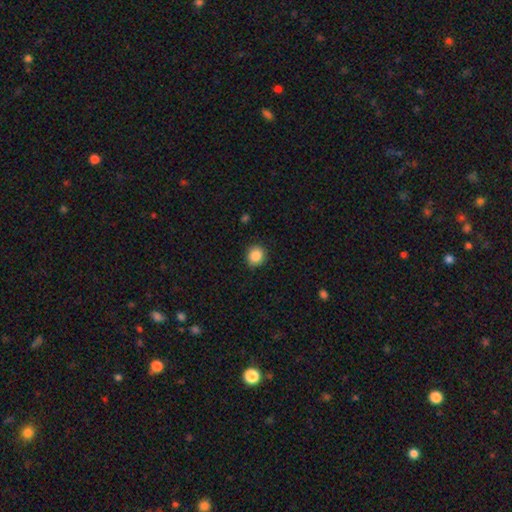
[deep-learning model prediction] smooth 87%, star or artifact 9%, featured or disk 4%. Down the decision tree: how rounded — round (83%); merging — none (89%).